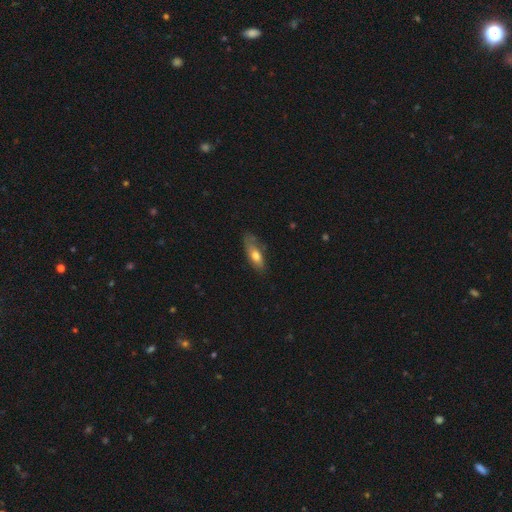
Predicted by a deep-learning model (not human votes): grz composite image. It shows a smooth galaxy with no disk features (67%) that is in between round and cigar-shaped (65%). Merging: none (58%).